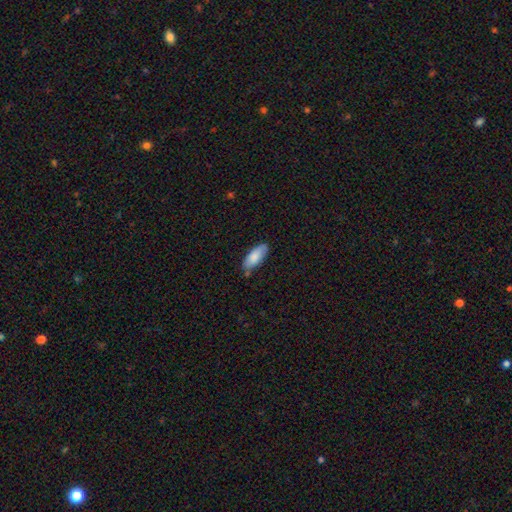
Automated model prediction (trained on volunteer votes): This is clearly a smooth galaxy (82%). How rounded: clearly in between (80%). Merging: likely none (72%).